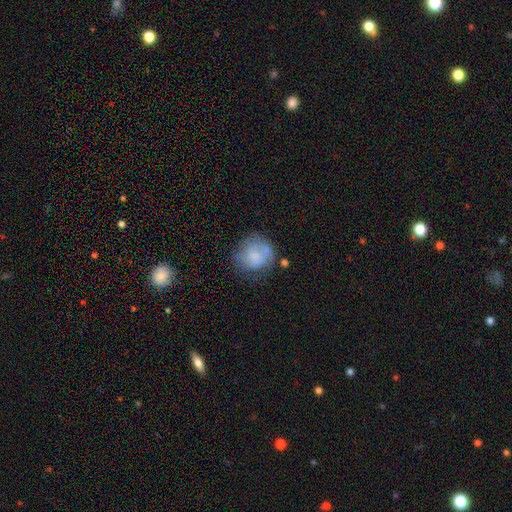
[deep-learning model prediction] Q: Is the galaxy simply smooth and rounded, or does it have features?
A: smooth — 54%.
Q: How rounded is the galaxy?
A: round — 83%.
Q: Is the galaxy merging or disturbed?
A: none — 55%.